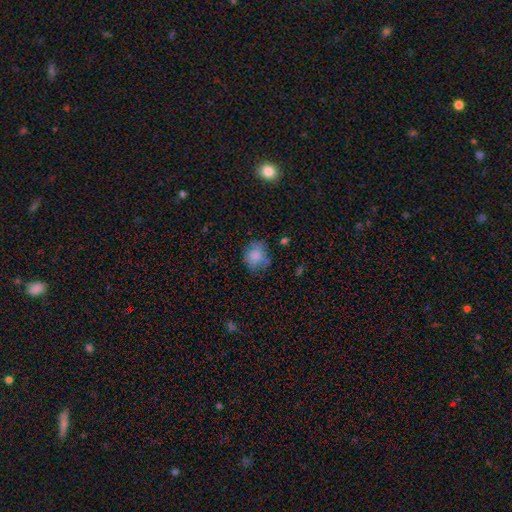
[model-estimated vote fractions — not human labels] smooth-or-featured: smooth: 80% | featured or disk: 10% | star or artifact: 10%
  how-rounded: round: 65% | in between: 34% | cigar-shaped: 1%
  merging: none: 65% | minor disturbance: 23% | major disturbance: 8% | merger: 4%